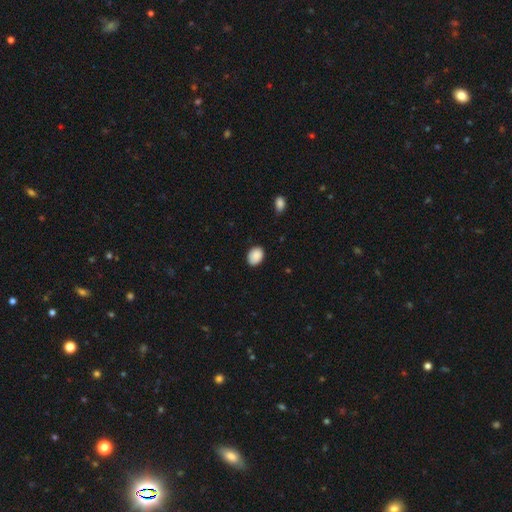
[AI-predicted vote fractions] This is clearly a smooth galaxy (89%). How rounded: likely in between (71%). Merging: clearly none (84%).